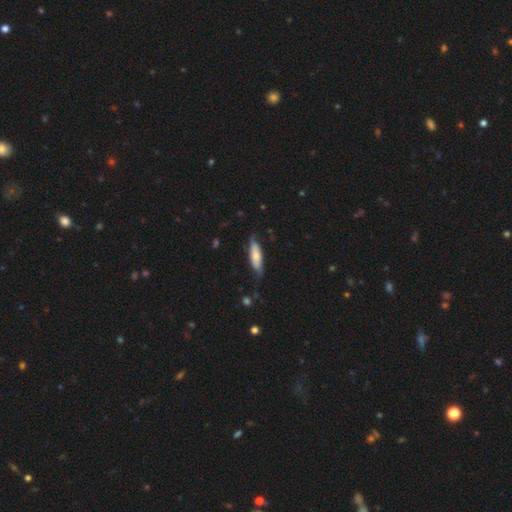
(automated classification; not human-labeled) Overall: smooth (64%; featured or disk 30%). How rounded: cigar-shaped (51%; in between 47%). Merging: none (65%; minor disturbance 27%).